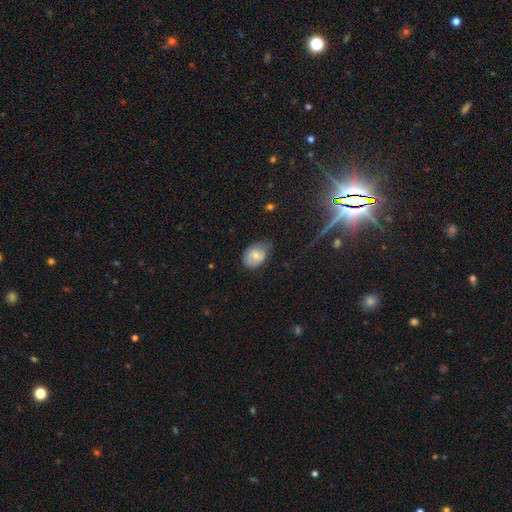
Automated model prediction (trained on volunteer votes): This is likely a smooth galaxy (67%). How rounded: likely in between (76%). Merging: possibly none (60%).